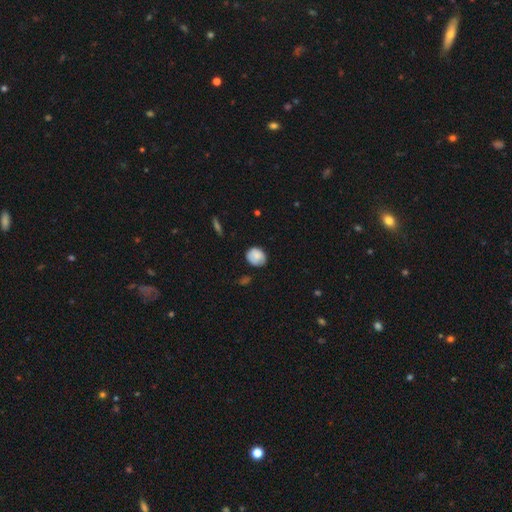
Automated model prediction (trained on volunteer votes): smooth_or_featured: smooth (p=0.78) [alt: featured or disk p=0.15]
how_rounded: round (p=0.63) [alt: in between p=0.36]
merging: none (p=0.63) [alt: minor disturbance p=0.30]